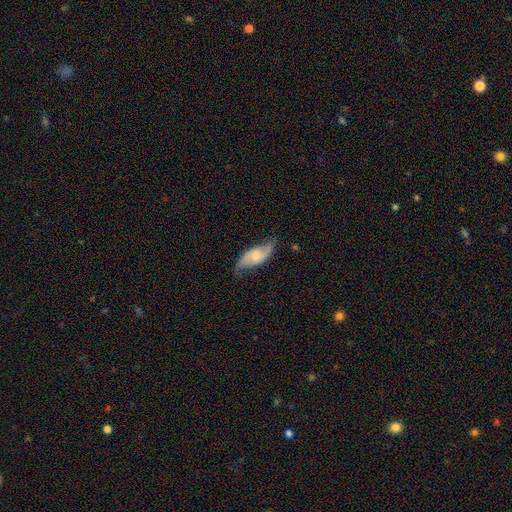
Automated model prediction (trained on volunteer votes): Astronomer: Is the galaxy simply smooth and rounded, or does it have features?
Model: featured or disk — 72%.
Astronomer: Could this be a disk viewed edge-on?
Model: no — 92%.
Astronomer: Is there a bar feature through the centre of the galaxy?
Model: no — 46% (runner-up: weak, 43%).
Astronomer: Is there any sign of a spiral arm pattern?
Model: yes — 93%.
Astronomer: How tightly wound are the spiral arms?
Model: loose — 66%.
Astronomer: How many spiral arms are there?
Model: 2 — 91%.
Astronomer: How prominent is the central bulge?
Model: moderate — 38% (runner-up: small, 37%).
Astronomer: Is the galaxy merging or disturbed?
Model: none — 70%.